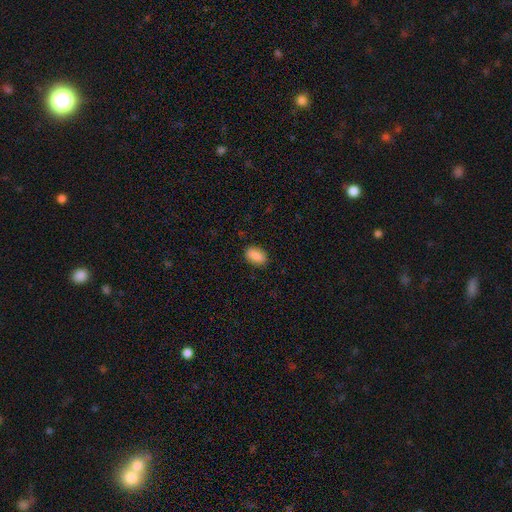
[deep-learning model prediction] Smooth or featured? Predicted: smooth (p=0.87). How rounded? Predicted: in between (p=0.88). Merging? Predicted: none (p=0.86).